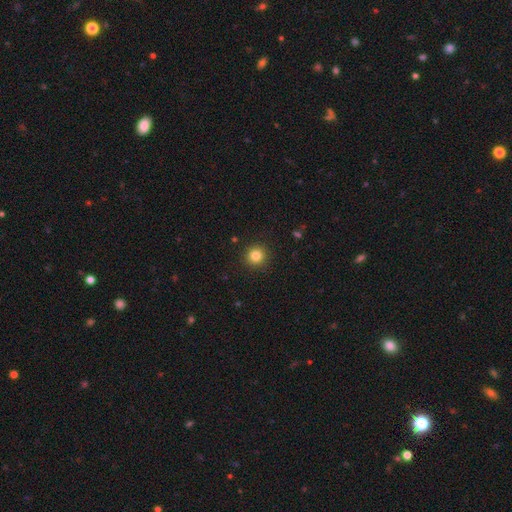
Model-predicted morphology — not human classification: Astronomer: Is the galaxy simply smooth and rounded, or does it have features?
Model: smooth — 83%.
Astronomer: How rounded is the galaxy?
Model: round — 94%.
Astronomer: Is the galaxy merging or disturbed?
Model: none — 92%.